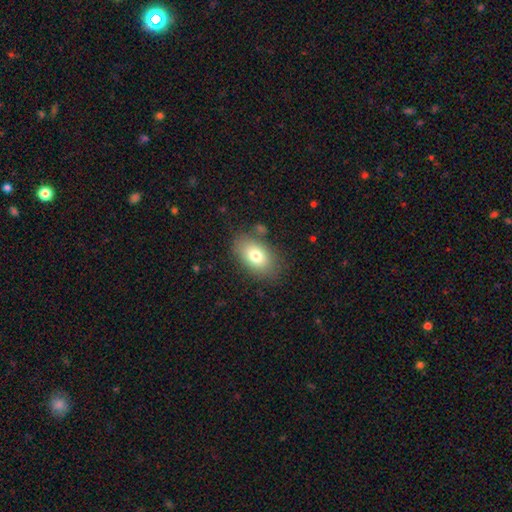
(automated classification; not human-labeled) This is likely a smooth galaxy (78%). How rounded: clearly in between (88%). Merging: likely none (80%).